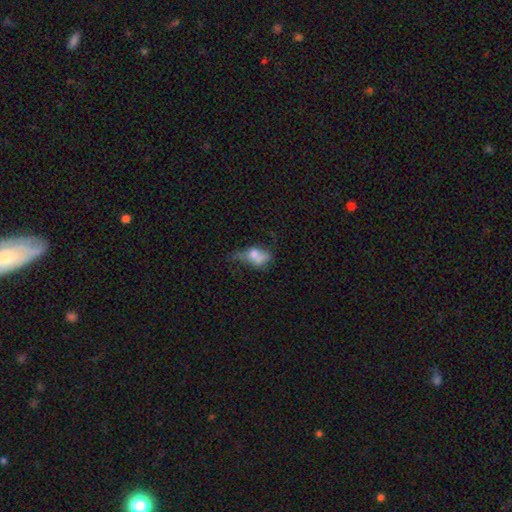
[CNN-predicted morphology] Smooth or featured? Predicted: smooth (p=0.58). How rounded? Predicted: in between (p=0.77). Merging? Predicted: major disturbance (p=0.36).